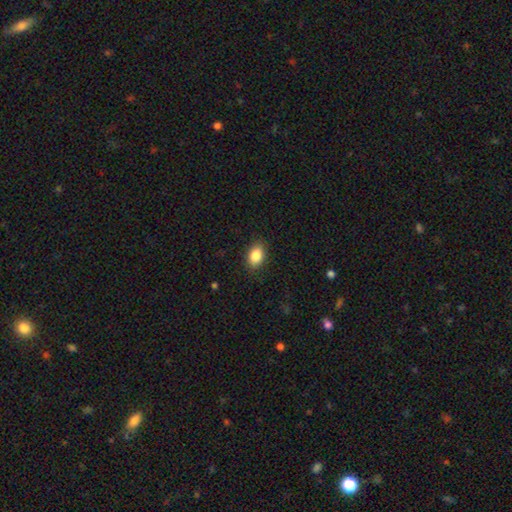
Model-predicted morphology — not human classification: smooth-or-featured: smooth: 87% | star or artifact: 8% | featured or disk: 6%
  how-rounded: in between: 86% | round: 13% | cigar-shaped: 1%
  merging: none: 87% | minor disturbance: 9% | major disturbance: 2% | merger: 1%